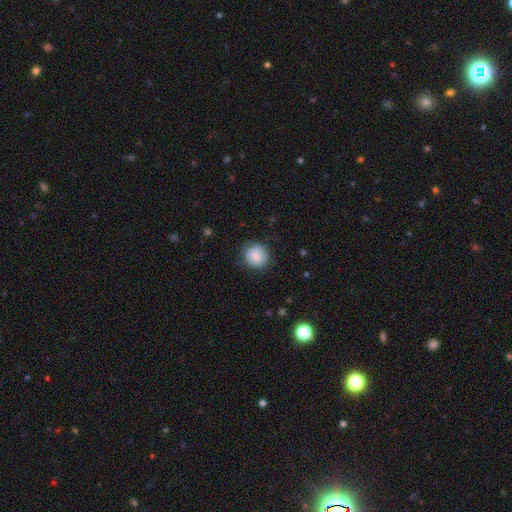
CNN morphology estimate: Smooth or featured: smooth — 84% (featured or disk — 9%)
How rounded: round — 89% (in between — 10%)
Merging: none — 81% (minor disturbance — 14%)